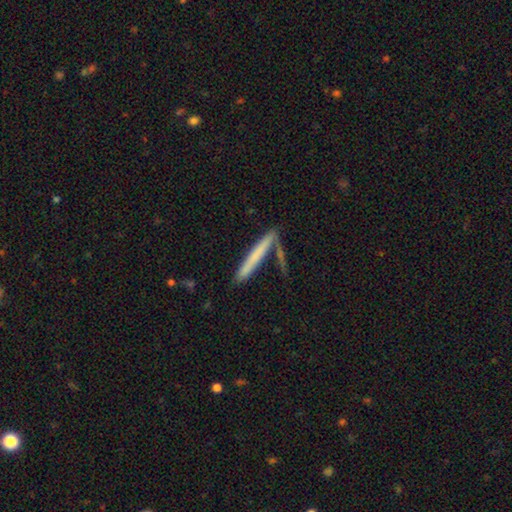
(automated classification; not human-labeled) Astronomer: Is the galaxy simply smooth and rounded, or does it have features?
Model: smooth — 61%.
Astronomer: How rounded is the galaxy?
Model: cigar-shaped — 95%.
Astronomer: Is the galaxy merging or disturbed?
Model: none — 65%.